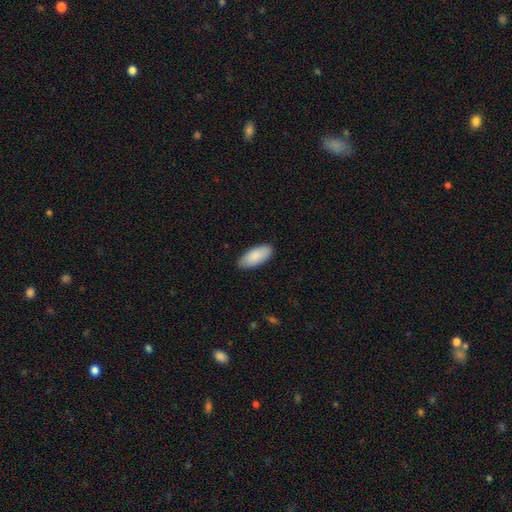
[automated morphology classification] type=smooth (89%); roundness=in between (89%); merging=none (85%).